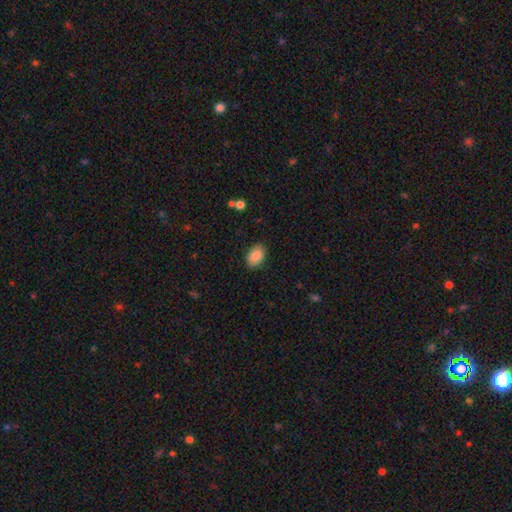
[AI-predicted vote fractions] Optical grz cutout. It shows a smooth galaxy with no disk features (86%) that is in between round and cigar-shaped (87%). Merging: none (88%).